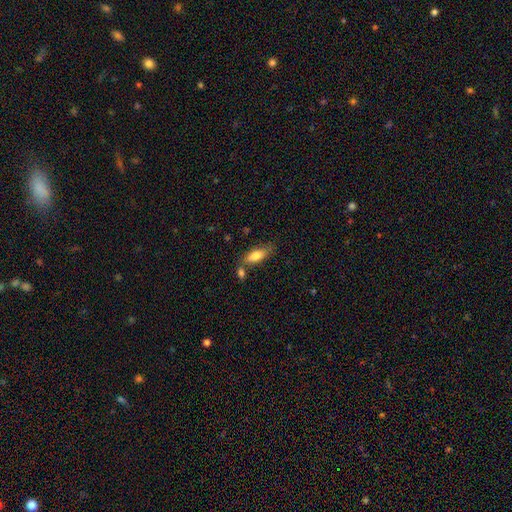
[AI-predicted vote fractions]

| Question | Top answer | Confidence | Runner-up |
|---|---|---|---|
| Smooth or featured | smooth | 78% | featured or disk (15%) |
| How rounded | in between | 73% | cigar-shaped (24%) |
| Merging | none | 61% | merger (18%) |